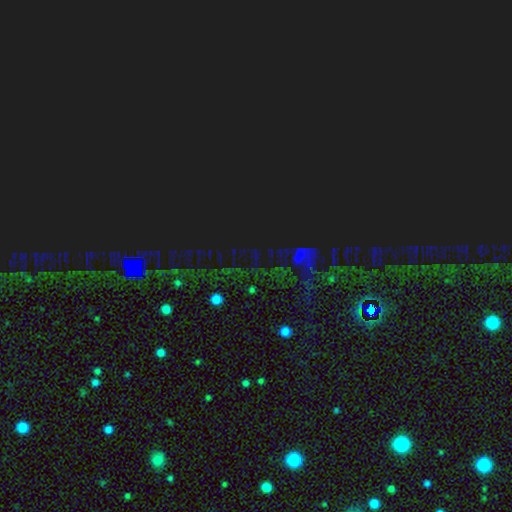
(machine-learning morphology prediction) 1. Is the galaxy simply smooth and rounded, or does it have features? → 77% star or artifact, 13% smooth, 9% featured or disk.